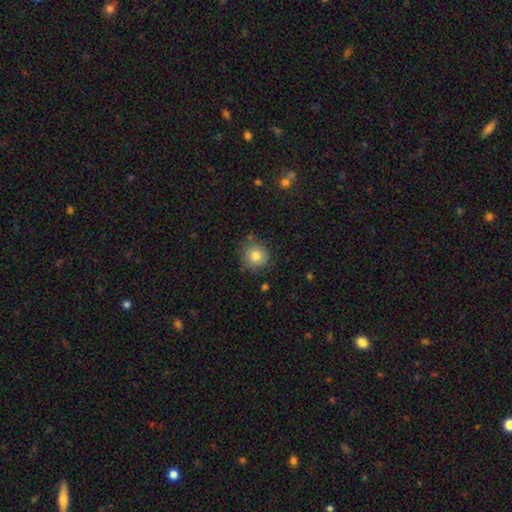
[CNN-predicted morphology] This appears to be a smooth galaxy with no disk features (81%) that is round (93%). Merging: none (84%).